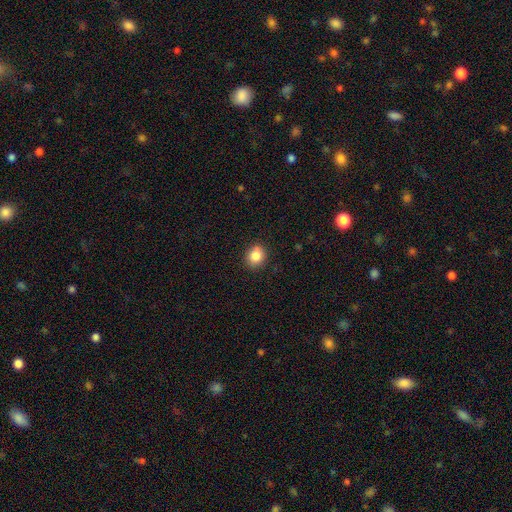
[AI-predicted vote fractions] Smooth or featured?
  - smooth: 85% *
  - star or artifact: 10%
  - featured or disk: 6%
How rounded?
  - round: 66% *
  - in between: 33%
  - cigar-shaped: 1%
Merging?
  - none: 85% *
  - minor disturbance: 11%
  - major disturbance: 2%
  - merger: 1%